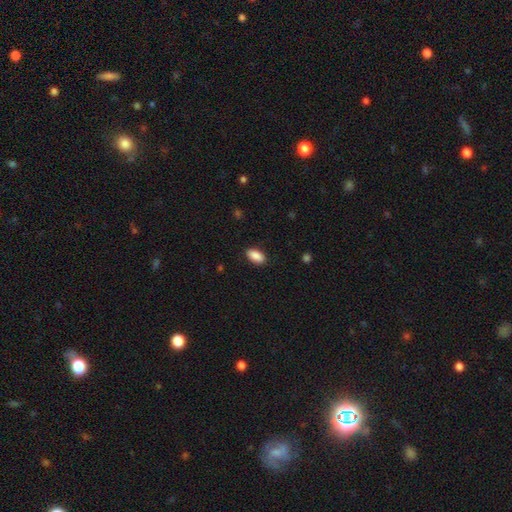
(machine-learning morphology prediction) Smooth or featured: smooth — 90% (star or artifact — 7%)
How rounded: in between — 93% (cigar-shaped — 4%)
Merging: none — 88% (minor disturbance — 9%)